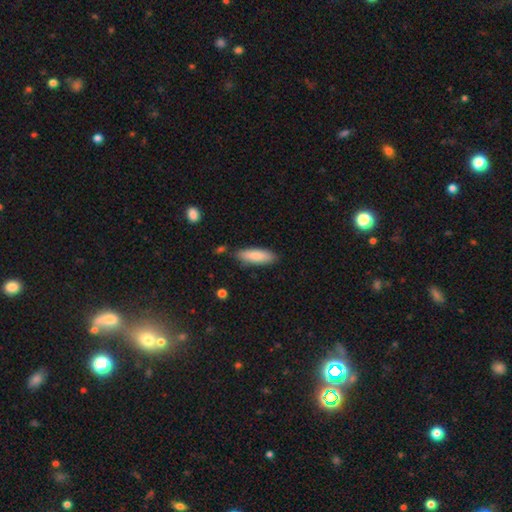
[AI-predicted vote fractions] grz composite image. It shows a smooth galaxy with no disk features (85%) that is in between round and cigar-shaped (52%). Merging: none (82%).